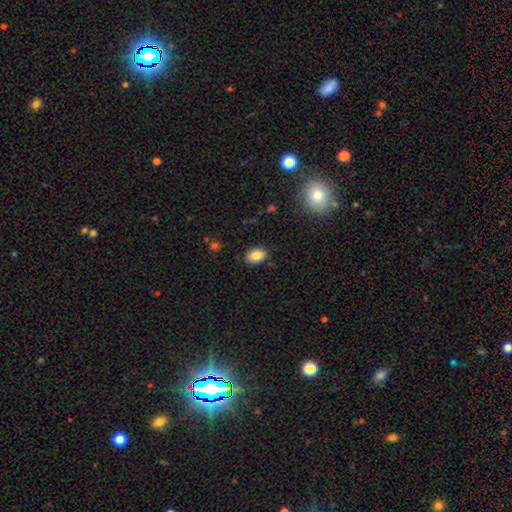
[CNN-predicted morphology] Smooth or featured?
  - smooth: 86% *
  - star or artifact: 8%
  - featured or disk: 6%
How rounded?
  - in between: 87% *
  - round: 12%
  - cigar-shaped: 1%
Merging?
  - none: 87% *
  - minor disturbance: 10%
  - major disturbance: 2%
  - merger: 1%